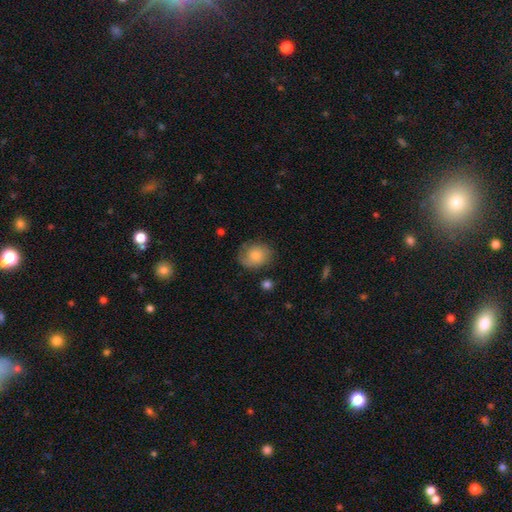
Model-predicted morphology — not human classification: This appears to be a smooth galaxy with no disk features (70%) that is round (57%). Merging: none (66%).